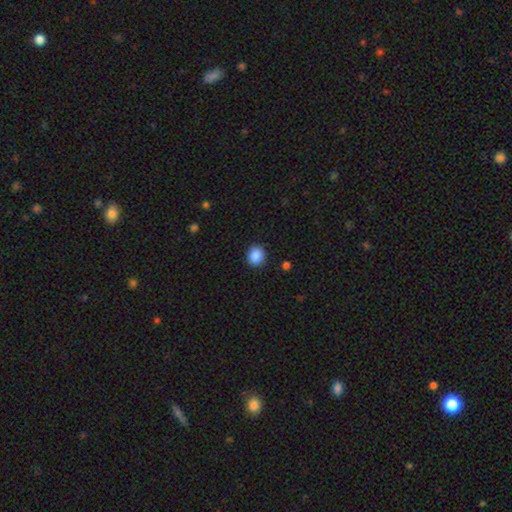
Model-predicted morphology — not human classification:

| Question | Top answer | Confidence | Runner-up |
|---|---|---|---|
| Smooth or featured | smooth | 88% | star or artifact (9%) |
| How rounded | round | 82% | in between (17%) |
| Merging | none | 91% | minor disturbance (6%) |